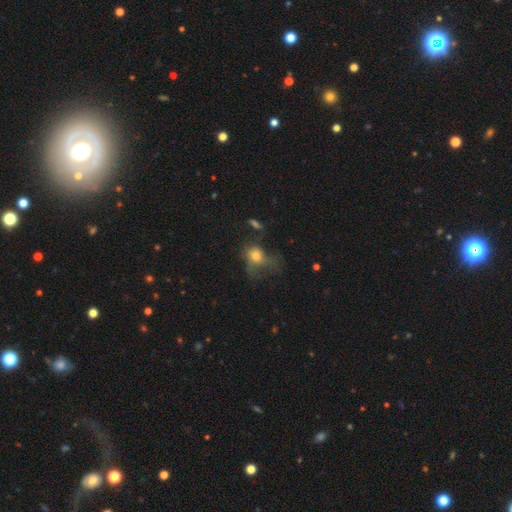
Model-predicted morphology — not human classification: A smooth galaxy with no disk features (66%) that is round (51%).

Vote fractions:
- Smooth or featured? smooth: 66% / featured or disk: 21% / star or artifact: 13%
- How rounded? round: 51% / in between: 47% / cigar-shaped: 2%
- Merging? major disturbance: 49% / none: 24% / minor disturbance: 21% / merger: 6%